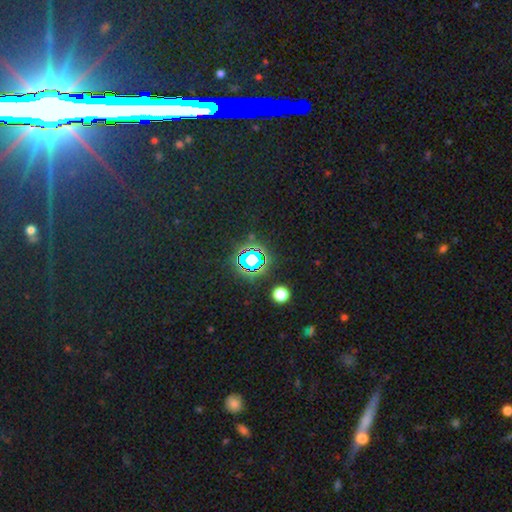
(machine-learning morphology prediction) The model was most divided on "smooth or featured": star or artifact: 70%, smooth: 19%, featured or disk: 11%.